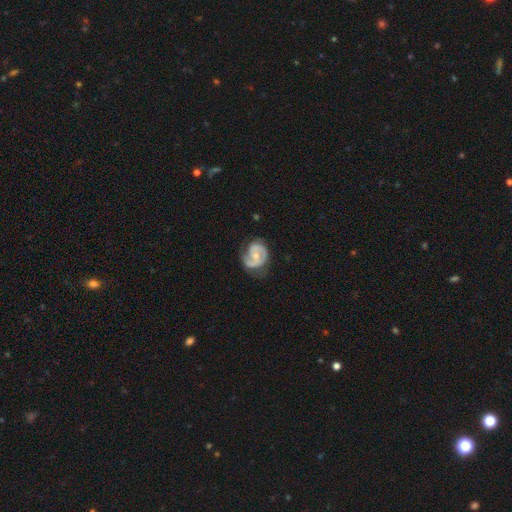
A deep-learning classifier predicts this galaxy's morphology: Smooth or featured? Predicted: featured or disk (p=0.80). Edge-on disk? Predicted: no (p=0.98). Bar? Predicted: no (p=0.58). Spiral arms? Predicted: yes (p=0.93). Spiral winding? Predicted: medium (p=0.47). Spiral arm count? Predicted: 2 (p=0.79). Bulge size? Predicted: small (p=0.51). Merging? Predicted: none (p=0.58).